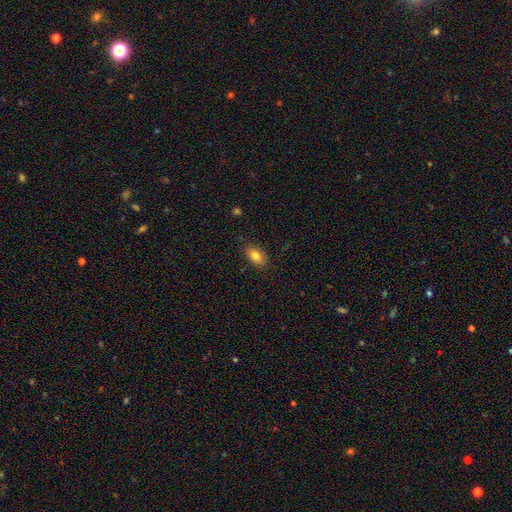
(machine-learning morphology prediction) smooth-or-featured: smooth: 81% | featured or disk: 10% | star or artifact: 9%
  how-rounded: in between: 87% | round: 11% | cigar-shaped: 3%
  merging: none: 83% | minor disturbance: 13% | major disturbance: 3% | merger: 1%